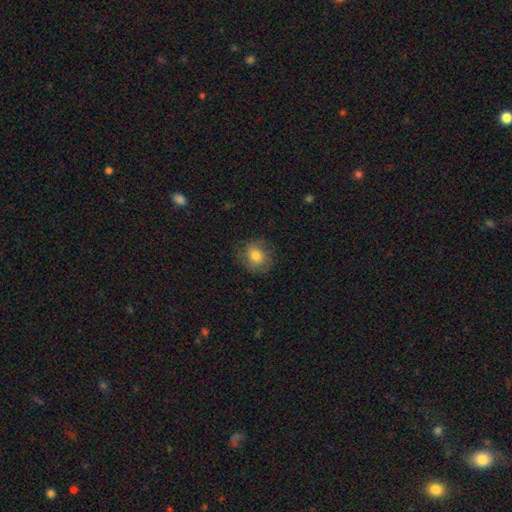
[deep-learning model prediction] Smooth or featured? Predicted: smooth (p=0.69). How rounded? Predicted: round (p=0.79). Merging? Predicted: none (p=0.76).